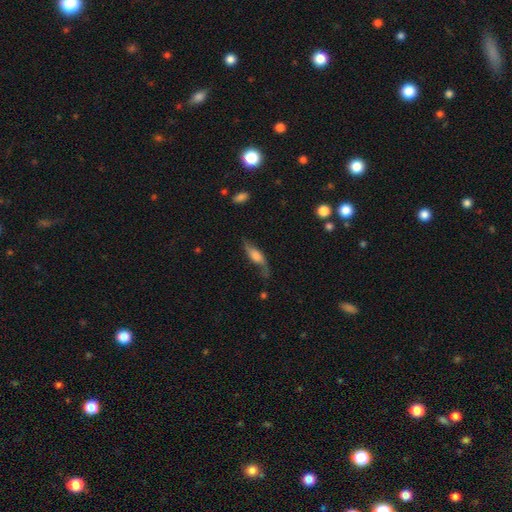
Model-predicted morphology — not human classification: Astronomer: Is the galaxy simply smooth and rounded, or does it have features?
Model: featured or disk — 59%.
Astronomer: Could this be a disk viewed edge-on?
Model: no — 59% (runner-up: yes, 41%).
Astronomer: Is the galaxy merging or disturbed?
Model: none — 59%.